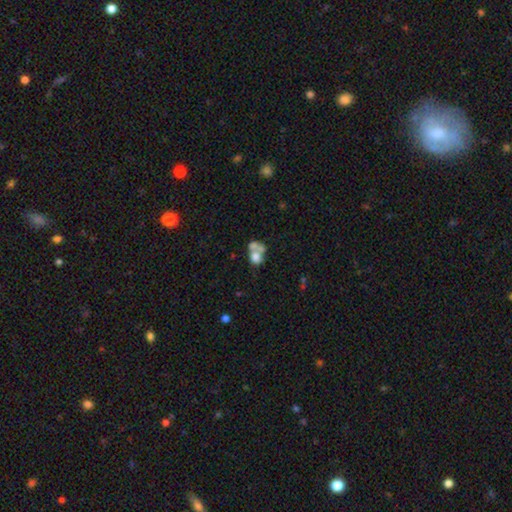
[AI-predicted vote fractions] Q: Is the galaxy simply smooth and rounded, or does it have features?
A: smooth — 62%.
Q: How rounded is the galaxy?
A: round — 51%.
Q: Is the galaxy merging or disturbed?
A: merger — 62%.